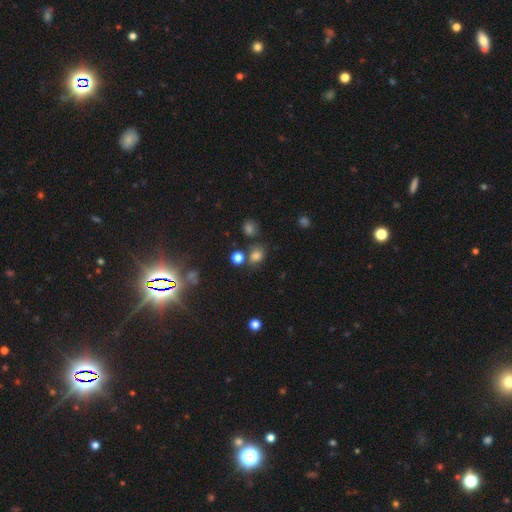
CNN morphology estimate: Overall: smooth (74%). How rounded: round (62%; in between 37%). Merging: none (64%).